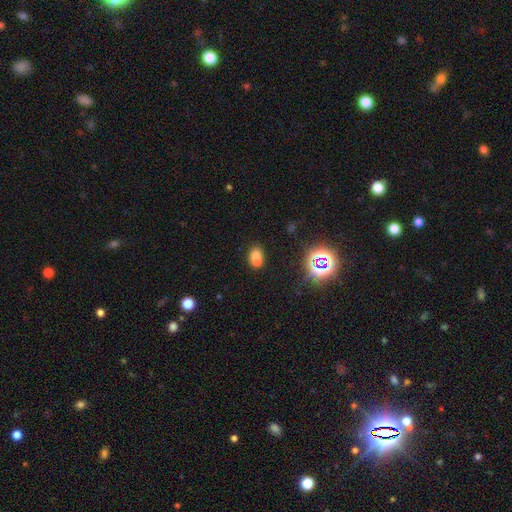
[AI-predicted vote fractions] A smooth galaxy with no disk features (68%) that is in between round and cigar-shaped (73%).

Vote fractions:
- Smooth or featured? smooth: 68% / star or artifact: 18% / featured or disk: 14%
- How rounded? in between: 73% / round: 24% / cigar-shaped: 2%
- Merging? merger: 49% / none: 37% / minor disturbance: 10% / major disturbance: 4%